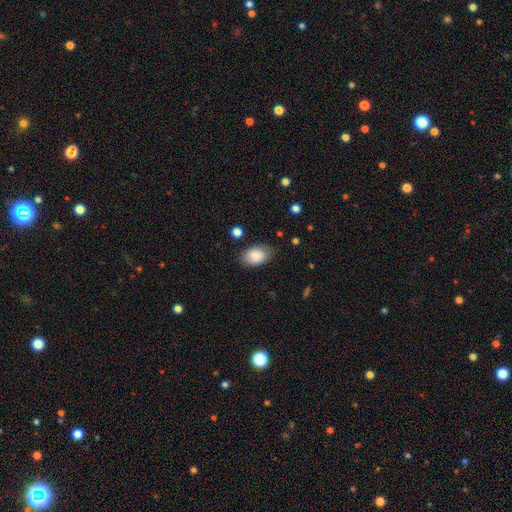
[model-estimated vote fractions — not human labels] A smooth galaxy with no disk features (87%) that is in between round and cigar-shaped (90%).

Vote fractions:
- Smooth or featured? smooth: 87% / star or artifact: 7% / featured or disk: 6%
- How rounded? in between: 90% / round: 9% / cigar-shaped: 1%
- Merging? none: 80% / minor disturbance: 15% / major disturbance: 4% / merger: 1%